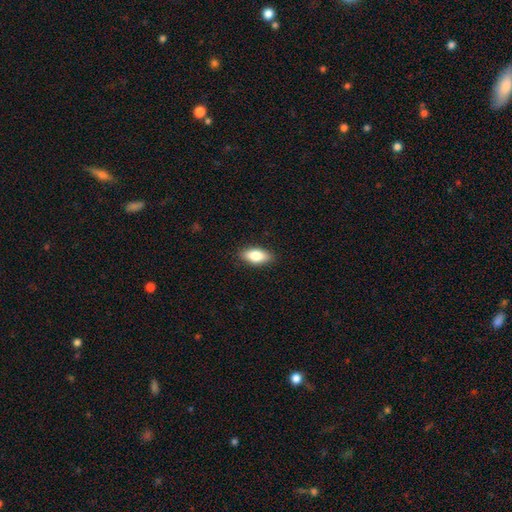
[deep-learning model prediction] smooth_or_featured: smooth (p=0.81) [alt: featured or disk p=0.12]
how_rounded: in between (p=0.86) [alt: cigar-shaped p=0.11]
merging: none (p=0.89) [alt: minor disturbance p=0.09]